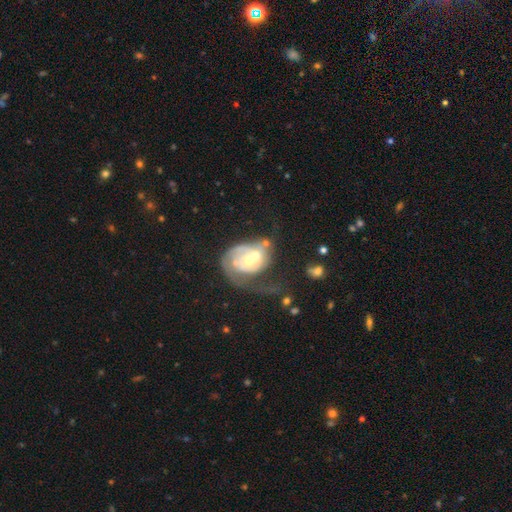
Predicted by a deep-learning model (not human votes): smooth-or-featured: featured or disk: 70% | smooth: 23% | star or artifact: 7%
  disk-edge-on: no: 97% | yes: 3%
    bar: no: 75% | weak: 21% | strong: 4%
    has-spiral-arms: yes: 69% | no: 31%
    bulge-size: moderate: 55% | small: 34% | large: 7% | none: 3% | dominant: 2%
  merging: merger: 38% | major disturbance: 33% | none: 17% | minor disturbance: 12%